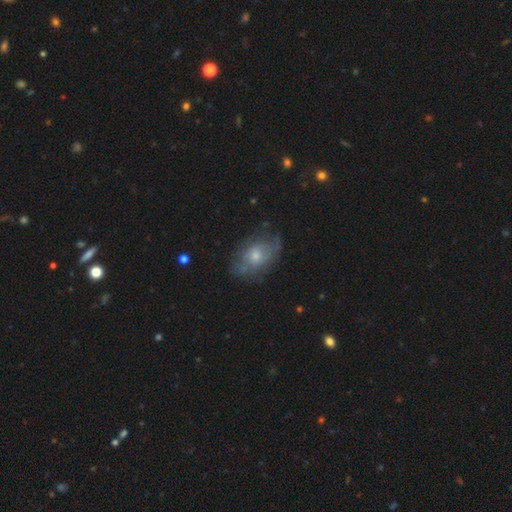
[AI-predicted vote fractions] Smooth or featured? featured or disk (57%)
Edge-on disk? no (94%)
Bar? no (78%)
Spiral arms? yes (60%)
Bulge size? small (49%)
Merging? none (61%)